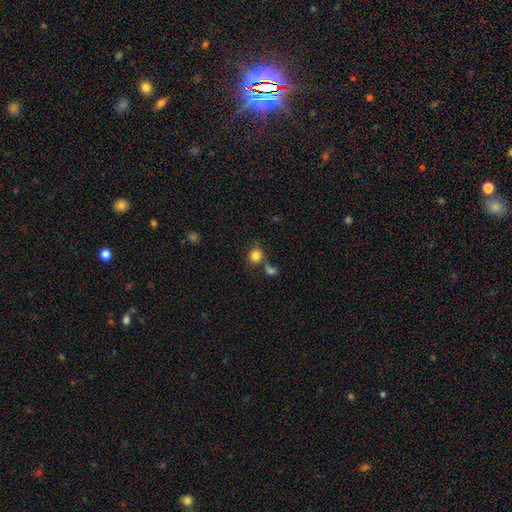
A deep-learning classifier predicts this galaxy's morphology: Smooth or featured: smooth — 83% (star or artifact — 11%)
How rounded: round — 86% (in between — 13%)
Merging: none — 62% (merger — 23%)